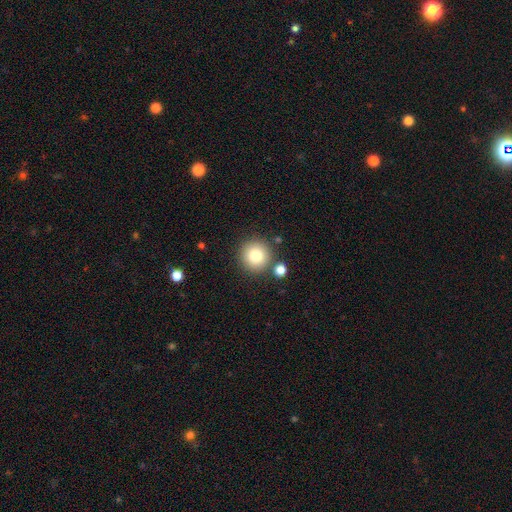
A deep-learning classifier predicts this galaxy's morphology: smooth_or_featured: smooth (p=0.82) [alt: star or artifact p=0.10]
how_rounded: round (p=0.93) [alt: in between p=0.06]
merging: none (p=0.82) [alt: minor disturbance p=0.08]